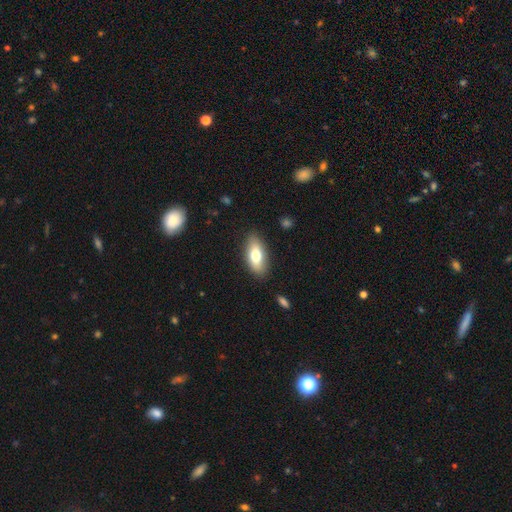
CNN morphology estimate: The model was most divided on "smooth or featured": smooth: 72%, featured or disk: 21%, star or artifact: 7%. More confident: merging — none (86%); how rounded — in between (85%).